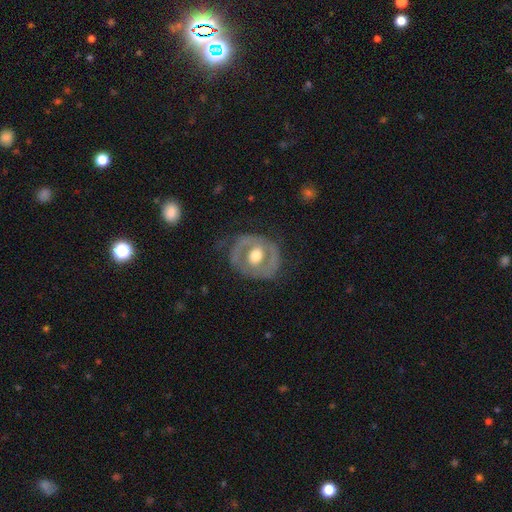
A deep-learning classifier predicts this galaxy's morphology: This appears to be a featured or disk galaxy (67%) with no bar (59%), no spiral arms (60%) and a moderate central bulge (69%). Merging: none (66%).